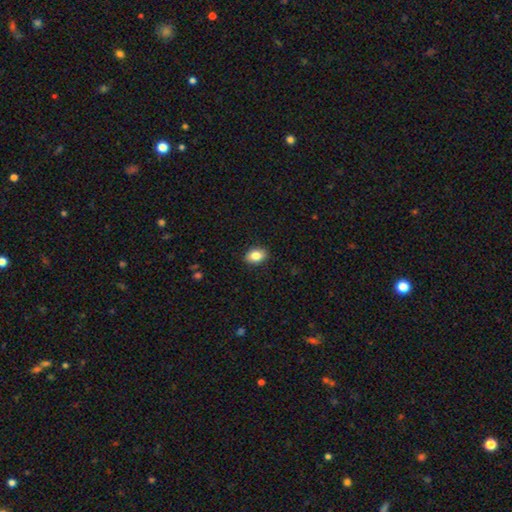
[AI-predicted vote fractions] A smooth galaxy with no disk features (85%) that is in between round and cigar-shaped (80%).

Vote fractions:
- Smooth or featured? smooth: 85% / star or artifact: 8% / featured or disk: 7%
- How rounded? in between: 80% / round: 18% / cigar-shaped: 1%
- Merging? none: 90% / minor disturbance: 8% / major disturbance: 2% / merger: 1%